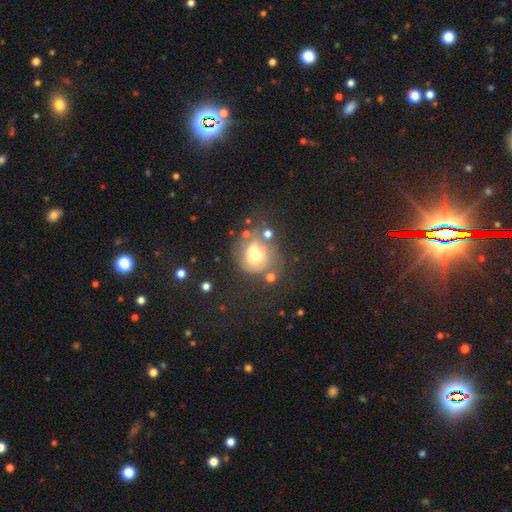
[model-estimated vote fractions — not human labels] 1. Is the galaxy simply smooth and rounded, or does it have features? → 48% smooth, 37% featured or disk, 15% star or artifact.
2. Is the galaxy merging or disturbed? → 39% none, 26% merger, 18% minor disturbance, 17% major disturbance.